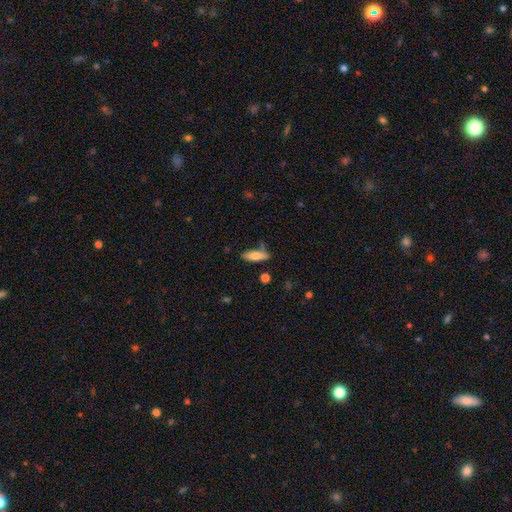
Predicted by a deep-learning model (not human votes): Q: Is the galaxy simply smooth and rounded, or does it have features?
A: smooth — 77%.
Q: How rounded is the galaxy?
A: cigar-shaped — 49%.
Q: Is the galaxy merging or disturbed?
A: none — 70%.